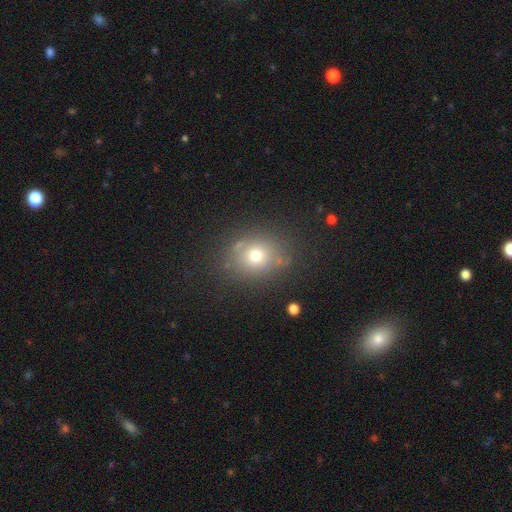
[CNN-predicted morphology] The model was most divided on "how rounded": round: 64%, in between: 35%, cigar-shaped: 1%. More confident: merging — none (78%); smooth or featured — smooth (67%).